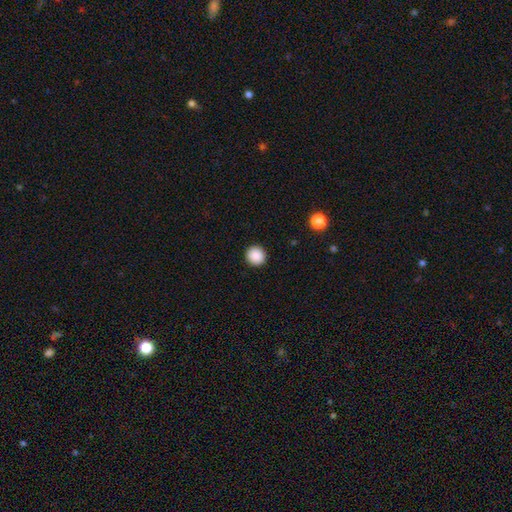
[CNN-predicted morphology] A smooth galaxy with no disk features (89%) that is round (92%). Merging: none (93%).